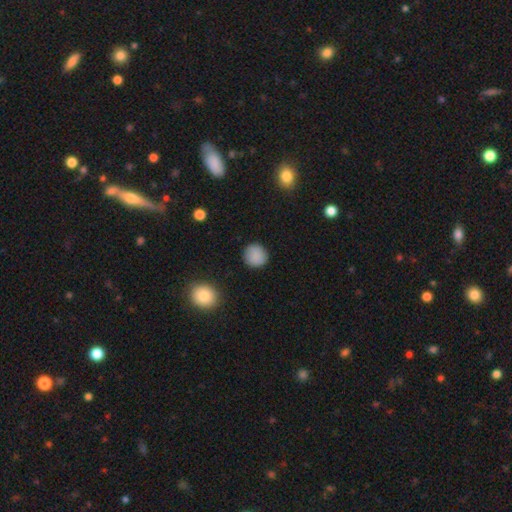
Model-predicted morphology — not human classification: smooth-or-featured: smooth: 87% | star or artifact: 8% | featured or disk: 4%
  how-rounded: round: 93% | in between: 6% | cigar-shaped: 1%
  merging: none: 89% | minor disturbance: 7% | major disturbance: 2% | merger: 1%